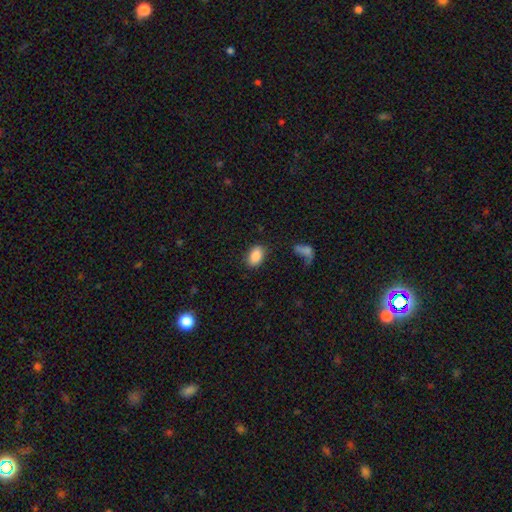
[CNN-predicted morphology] Overall: smooth (87%). How rounded: in between (89%). Merging: none (81%).